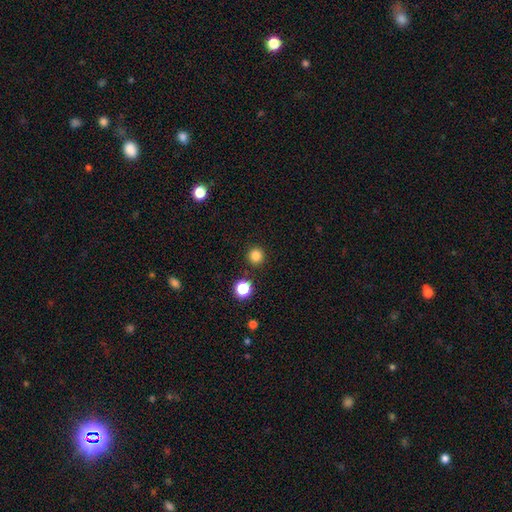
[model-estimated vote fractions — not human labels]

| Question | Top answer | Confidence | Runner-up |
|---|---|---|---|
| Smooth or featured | smooth | 83% | star or artifact (13%) |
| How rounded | round | 95% | in between (4%) |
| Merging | none | 91% | minor disturbance (5%) |